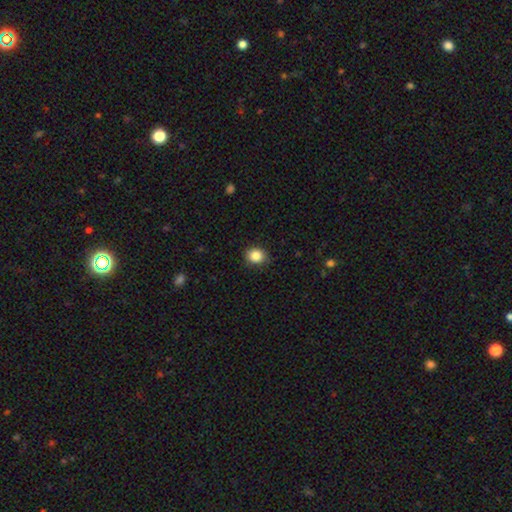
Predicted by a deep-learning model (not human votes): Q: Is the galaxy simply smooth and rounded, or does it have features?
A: smooth — 86%.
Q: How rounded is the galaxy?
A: round — 67%.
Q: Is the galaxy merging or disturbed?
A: none — 87%.